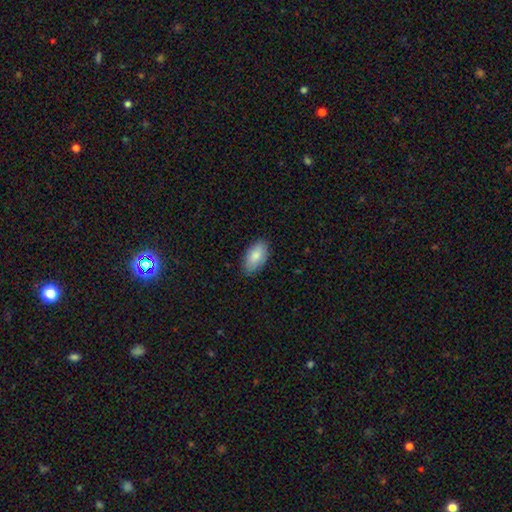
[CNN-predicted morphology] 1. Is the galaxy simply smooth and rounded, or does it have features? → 85% smooth, 9% featured or disk, 6% star or artifact.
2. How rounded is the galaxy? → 95% in between, 3% round, 3% cigar-shaped.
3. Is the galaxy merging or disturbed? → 85% none, 12% minor disturbance, 2% major disturbance, 1% merger.